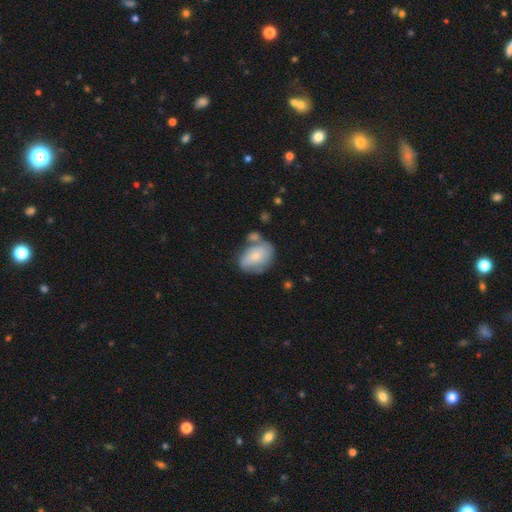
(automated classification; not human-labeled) smooth 60%, featured or disk 34%, star or artifact 7%. Down the decision tree: how rounded — in between (77%); merging — none (42%).